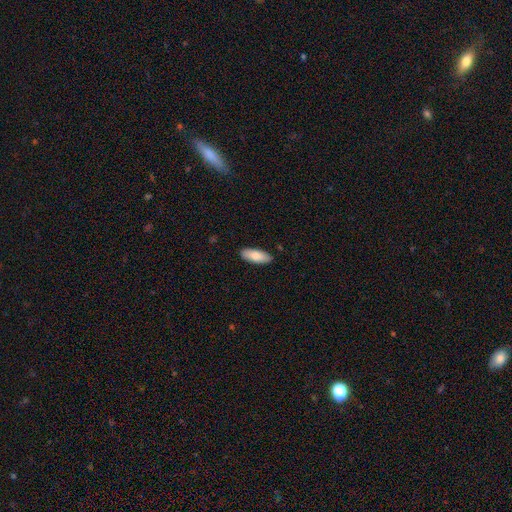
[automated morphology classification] smooth_or_featured: smooth (p=0.82) [alt: featured or disk p=0.12]
how_rounded: in between (p=0.80) [alt: cigar-shaped p=0.18]
merging: none (p=0.88) [alt: minor disturbance p=0.09]